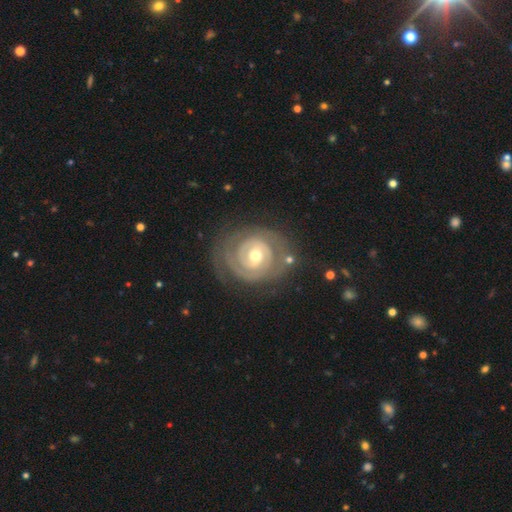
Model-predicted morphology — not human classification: This is clearly a featured or disk galaxy (84%). It is clearly not viewed edge-on (97%). Bar: possibly no (59%). Spiral arm pattern: clearly yes (87%). Spiral arm count: marginally 2 (45%). Spiral winding: likely tight (78%). Central bulge: likely moderate (65%). Merging: likely none (70%).